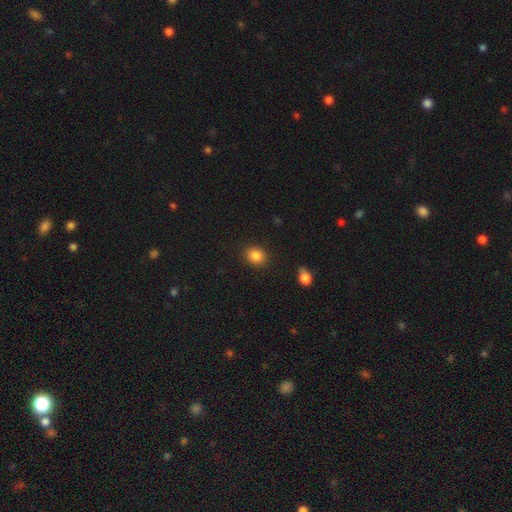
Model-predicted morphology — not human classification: A smooth galaxy with no disk features (86%) that is round (75%).

Vote fractions:
- Smooth or featured? smooth: 86% / star or artifact: 10% / featured or disk: 5%
- How rounded? round: 75% / in between: 24% / cigar-shaped: 1%
- Merging? none: 89% / minor disturbance: 7% / major disturbance: 2% / merger: 2%